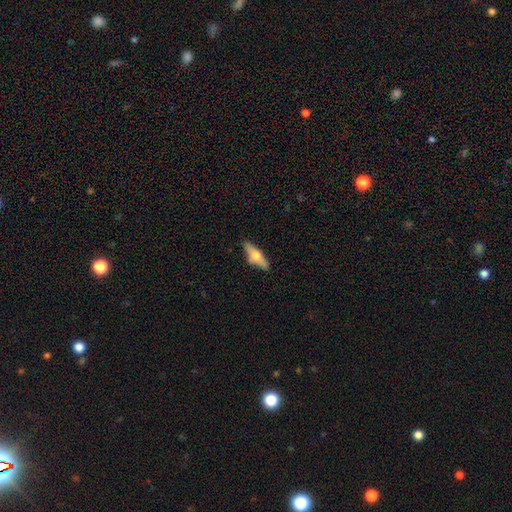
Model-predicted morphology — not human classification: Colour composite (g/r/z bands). It shows a smooth galaxy with no disk features (50%) that is in between round and cigar-shaped (49%). Merging: none (79%).